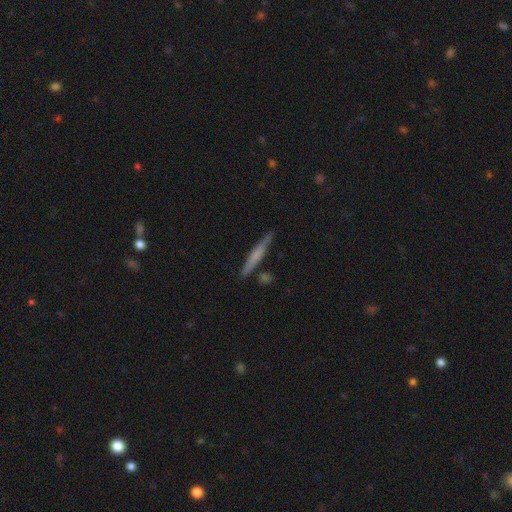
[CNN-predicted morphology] smooth_or_featured: smooth (p=0.47) [tied with: featured or disk p=0.47]
merging: none (p=0.85) [alt: minor disturbance p=0.10]